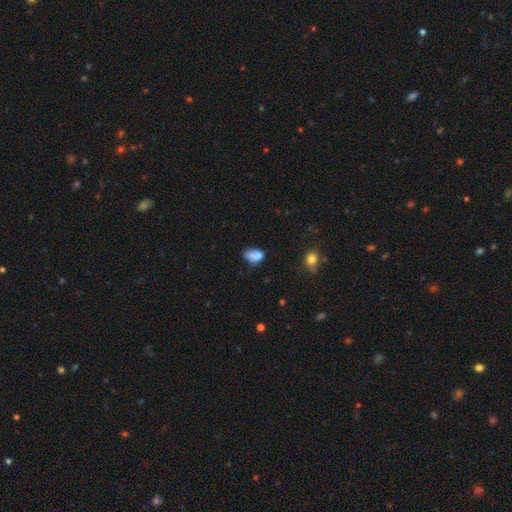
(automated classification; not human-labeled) The model was most divided on "merging": none: 44%, minor disturbance: 33%, major disturbance: 12%, merger: 11%. More confident: how rounded — in between (81%); smooth or featured — smooth (79%).